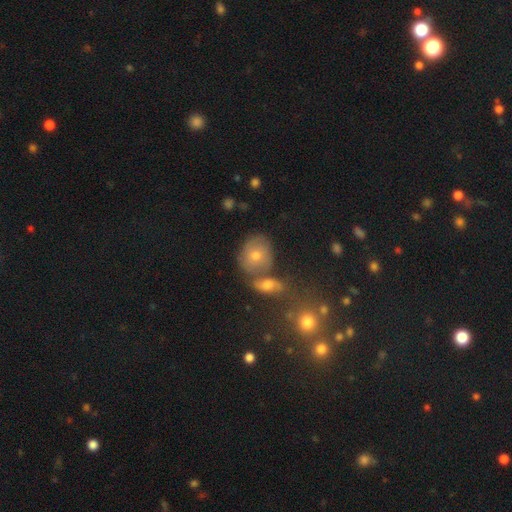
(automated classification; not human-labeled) smooth_or_featured: smooth (p=0.56) [alt: featured or disk p=0.29]
how_rounded: round (p=0.64) [alt: in between p=0.35]
merging: none (p=0.54) [alt: merger p=0.27]